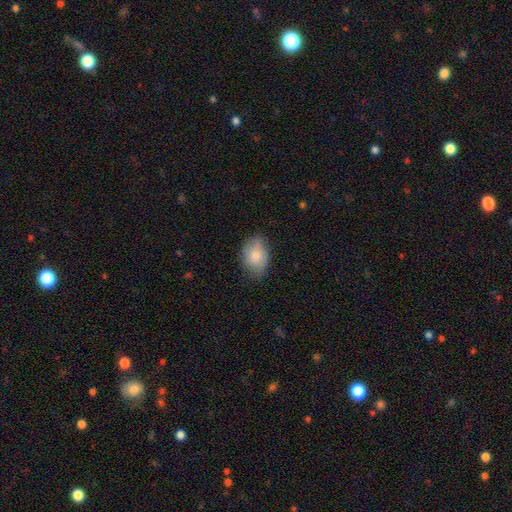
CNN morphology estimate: A smooth galaxy with no disk features (79%) that is in between round and cigar-shaped (81%). Merging: none (65%).